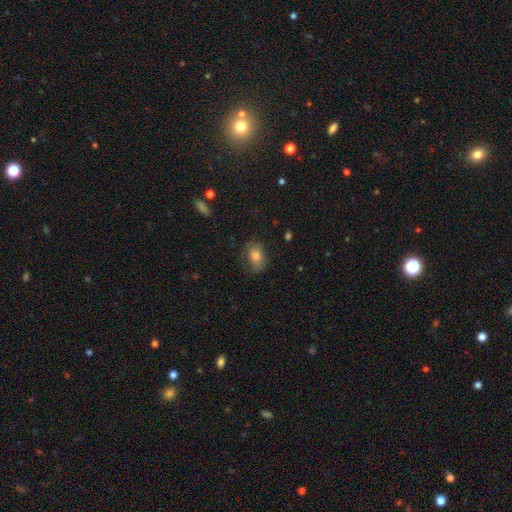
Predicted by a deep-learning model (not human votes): Smooth or featured: smooth — 75% (featured or disk — 15%)
How rounded: in between — 71% (round — 27%)
Merging: none — 67% (minor disturbance — 23%)